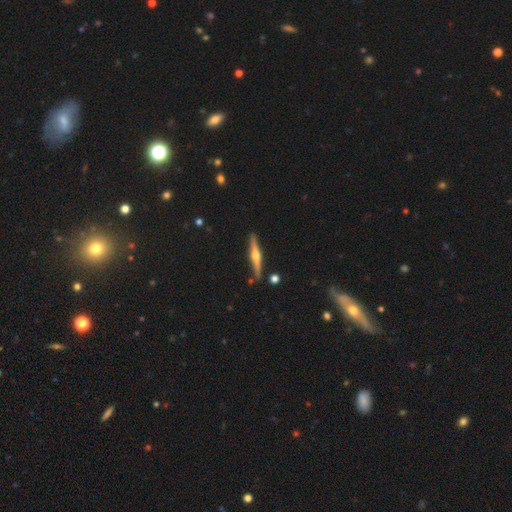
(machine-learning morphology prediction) type=featured or disk (74%); edge-on=yes (98%); edge-on bulge=rounded (93%); merging=none (87%).